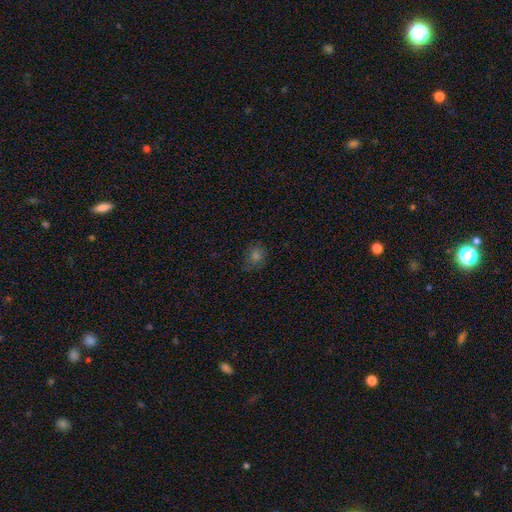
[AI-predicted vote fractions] Overall: smooth (67%). How rounded: round (75%). Merging: none (75%).